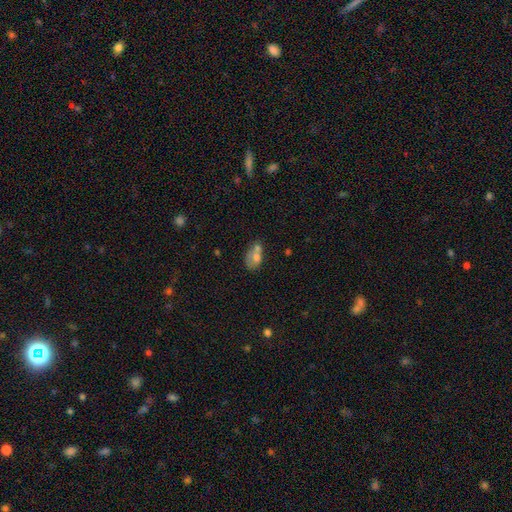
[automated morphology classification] Smooth or featured?
  - smooth: 64% *
  - featured or disk: 26%
  - star or artifact: 10%
How rounded?
  - in between: 78% *
  - round: 20%
  - cigar-shaped: 2%
Merging?
  - merger: 49% *
  - none: 25%
  - minor disturbance: 15%
  - major disturbance: 10%